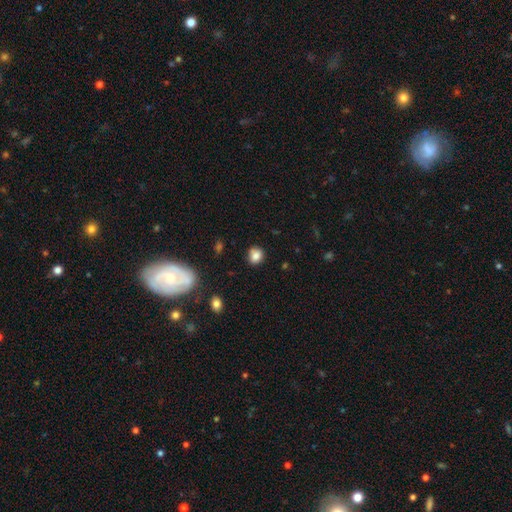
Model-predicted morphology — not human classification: Smooth or featured: smooth — 82% (star or artifact — 11%)
How rounded: round — 74% (in between — 25%)
Merging: none — 80% (minor disturbance — 14%)